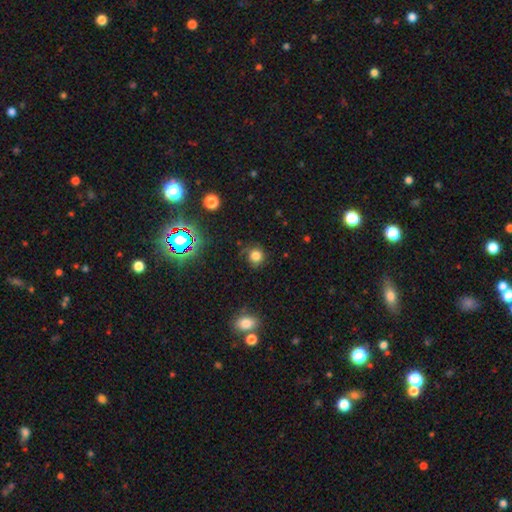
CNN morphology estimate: A smooth galaxy with no disk features (73%) that is round (87%).

Vote fractions:
- Smooth or featured? smooth: 73% / star or artifact: 18% / featured or disk: 9%
- How rounded? round: 87% / in between: 12% / cigar-shaped: 1%
- Merging? none: 71% / minor disturbance: 19% / major disturbance: 8% / merger: 2%